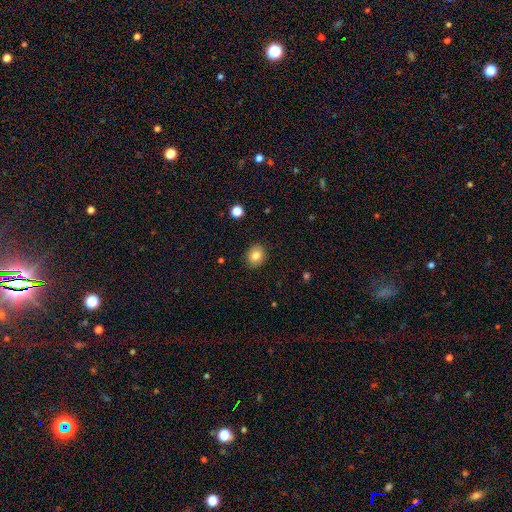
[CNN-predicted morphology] This appears to be a smooth galaxy with no disk features (82%) that is round (77%). Merging: none (90%).